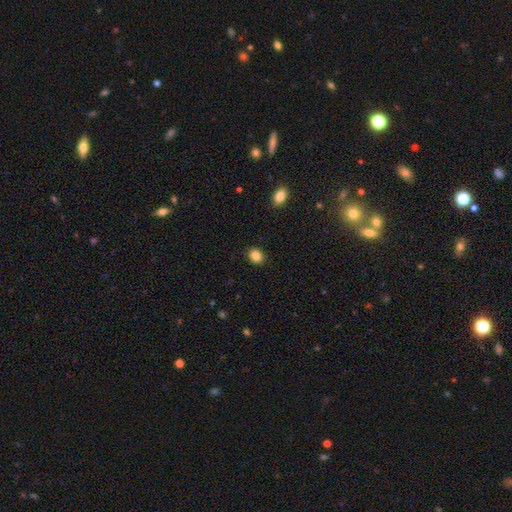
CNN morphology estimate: type=smooth (86%); roundness=in between (51%); merging=none (90%).